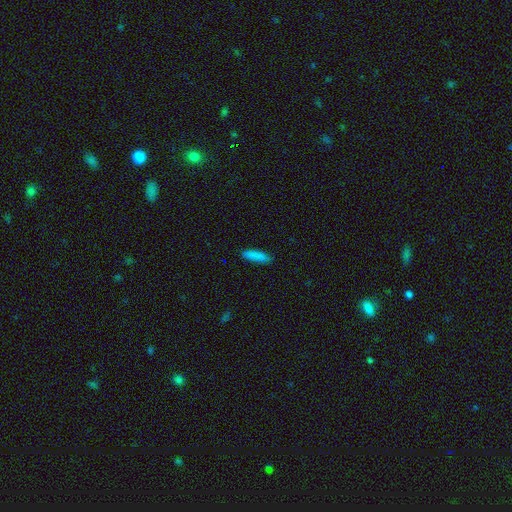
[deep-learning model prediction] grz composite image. It shows a smooth galaxy with no disk features (86%) that is cigar-shaped (72%). Merging: none (88%).